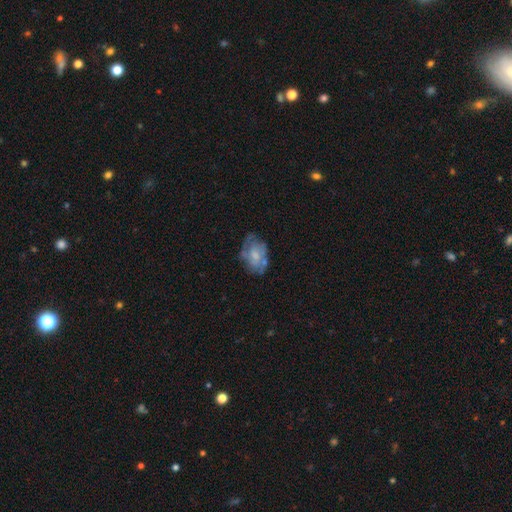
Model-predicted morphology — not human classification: Smooth or featured?
  - featured or disk: 54% *
  - smooth: 39%
  - star or artifact: 7%
Edge-on disk?
  - no: 96% *
  - yes: 4%
Bar?
  - no: 77% *
  - weak: 20%
  - strong: 3%
Spiral arms?
  - no: 50% * (tied)
  - yes: 50% * (tied)
Bulge size?
  - moderate: 42% *
  - small: 34%
  - none: 15%
  - large: 8%
  - dominant: 2%
Merging?
  - none: 54% *
  - minor disturbance: 28%
  - major disturbance: 14%
  - merger: 4%